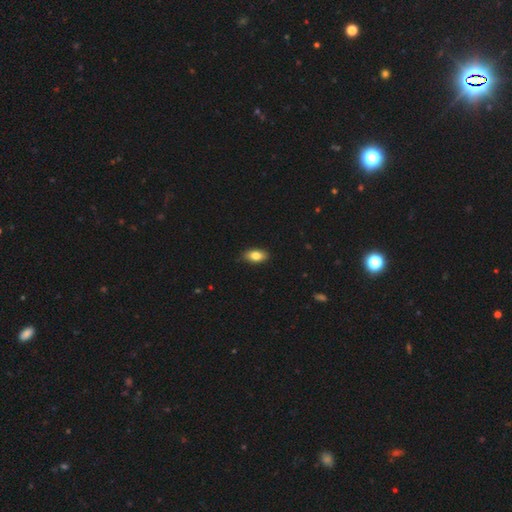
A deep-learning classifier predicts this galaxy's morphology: Smooth or featured? Predicted: smooth (p=0.83). How rounded? Predicted: in between (p=0.90). Merging? Predicted: none (p=0.86).